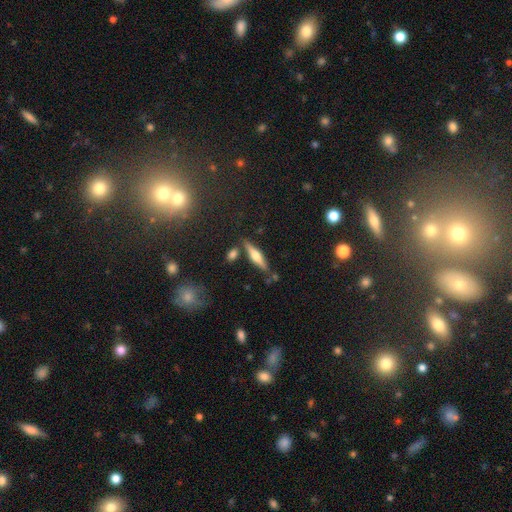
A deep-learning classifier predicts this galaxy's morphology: Smooth or featured: featured or disk — 54% (smooth — 39%)
Edge-on disk: yes — 95% (no — 5%)
Edge-on bulge: rounded — 86% (boxy — 9%)
Merging: none — 78% (minor disturbance — 11%)